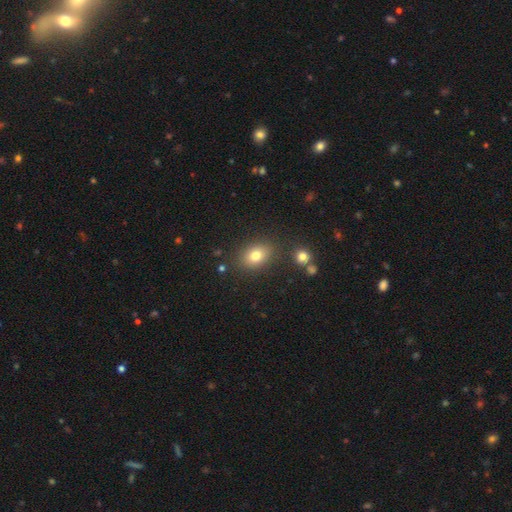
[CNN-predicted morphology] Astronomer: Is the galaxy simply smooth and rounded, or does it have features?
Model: smooth — 79%.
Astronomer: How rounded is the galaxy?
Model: in between — 67%.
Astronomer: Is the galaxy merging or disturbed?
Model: none — 82%.